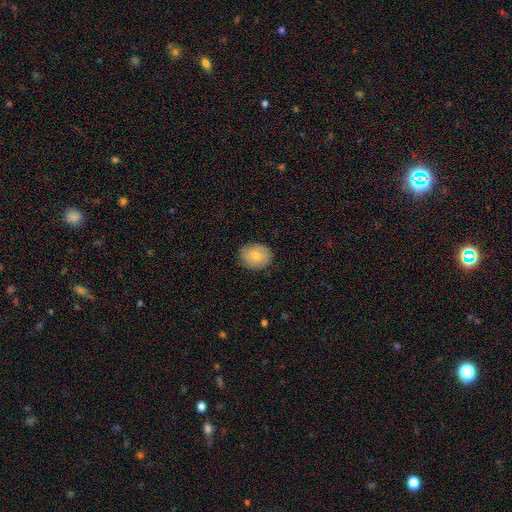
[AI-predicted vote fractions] Smooth or featured? Predicted: smooth (p=0.69). How rounded? Predicted: round (p=0.57). Merging? Predicted: none (p=0.83).